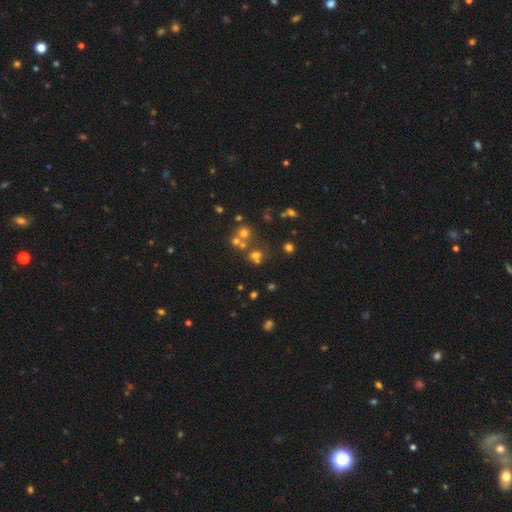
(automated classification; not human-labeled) smooth-or-featured: smooth: 54% | star or artifact: 29% | featured or disk: 17%
  how-rounded: round: 82% | in between: 17% | cigar-shaped: 1%
  merging: none: 53% | merger: 32% | minor disturbance: 9% | major disturbance: 6%